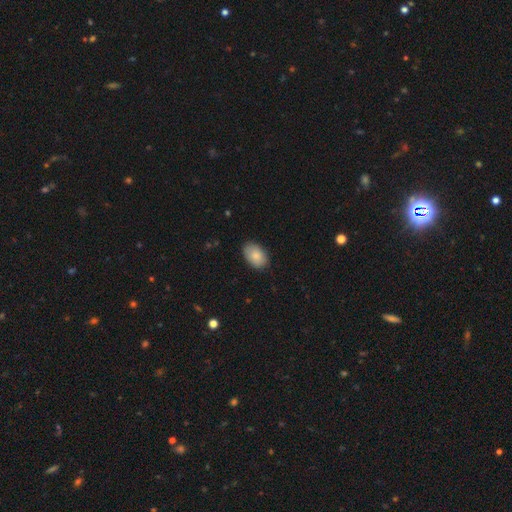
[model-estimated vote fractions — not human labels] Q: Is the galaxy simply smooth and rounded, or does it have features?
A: smooth — 85%.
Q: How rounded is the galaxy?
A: in between — 90%.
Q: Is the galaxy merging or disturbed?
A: none — 83%.